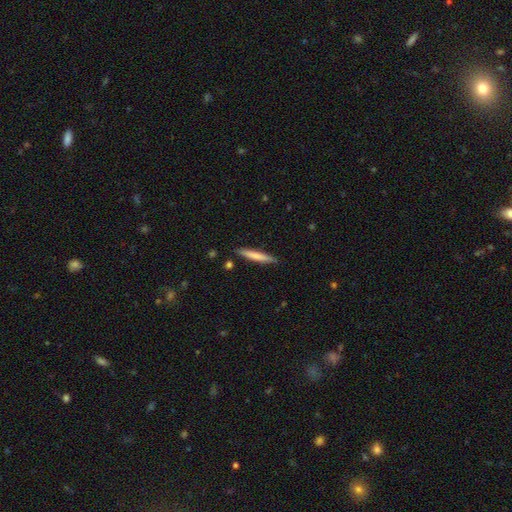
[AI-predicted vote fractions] smooth 71%, featured or disk 23%, star or artifact 5%. Down the decision tree: how rounded — cigar-shaped (94%); merging — none (89%).